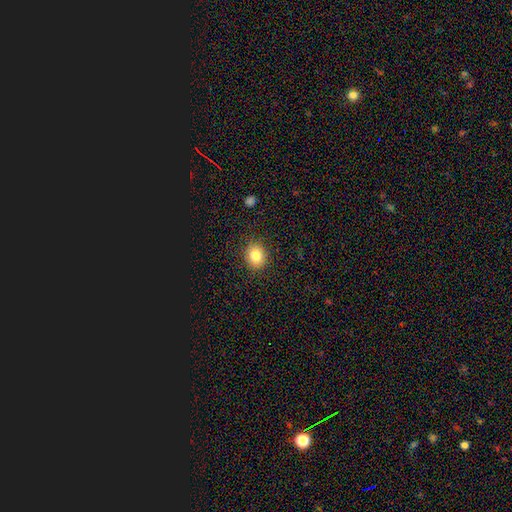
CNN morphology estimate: The model was most divided on "how rounded": round: 66%, in between: 33%, cigar-shaped: 1%. More confident: merging — none (89%); smooth or featured — smooth (83%).